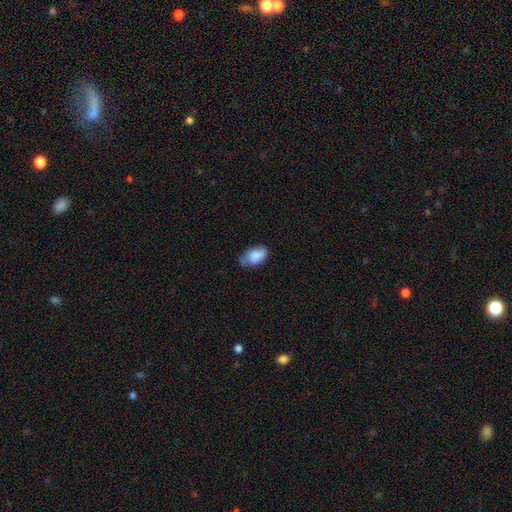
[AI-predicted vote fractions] smooth-or-featured: smooth: 81% | featured or disk: 12% | star or artifact: 7%
  how-rounded: in between: 91% | round: 8% | cigar-shaped: 1%
  merging: none: 60% | minor disturbance: 32% | major disturbance: 6% | merger: 2%